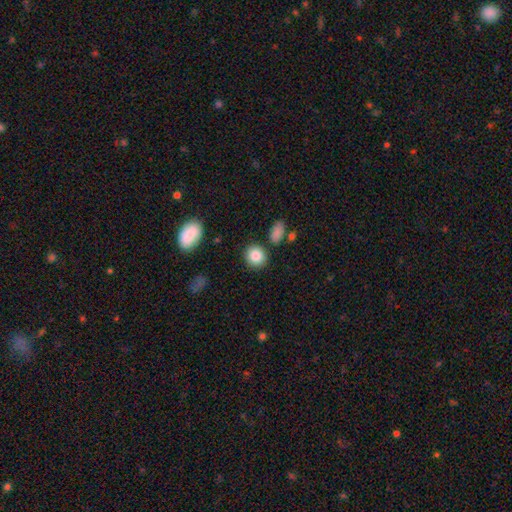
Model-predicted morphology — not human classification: smooth_or_featured: smooth (p=0.86) [alt: star or artifact p=0.09]
how_rounded: round (p=0.82) [alt: in between p=0.16]
merging: none (p=0.84) [alt: minor disturbance p=0.09]